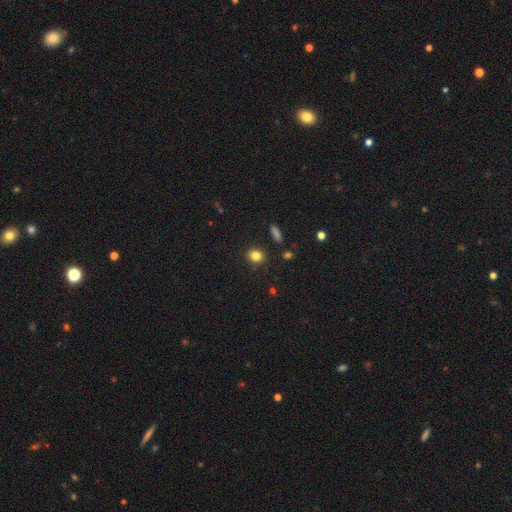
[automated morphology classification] This appears to be a smooth galaxy with no disk features (82%) that is round (71%). Merging: none (88%).